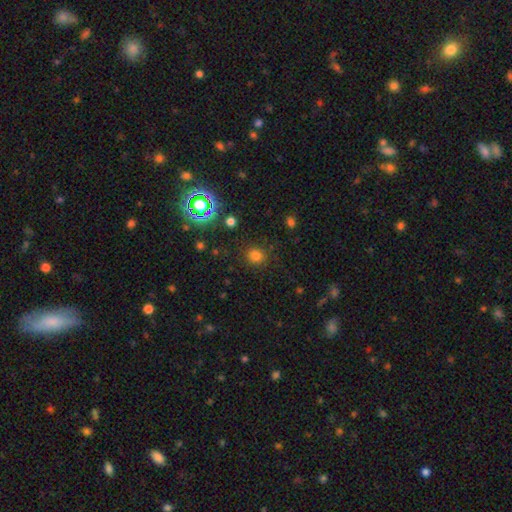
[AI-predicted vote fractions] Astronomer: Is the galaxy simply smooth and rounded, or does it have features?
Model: smooth — 76%.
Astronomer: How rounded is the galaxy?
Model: round — 87%.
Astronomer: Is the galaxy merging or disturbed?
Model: none — 87%.